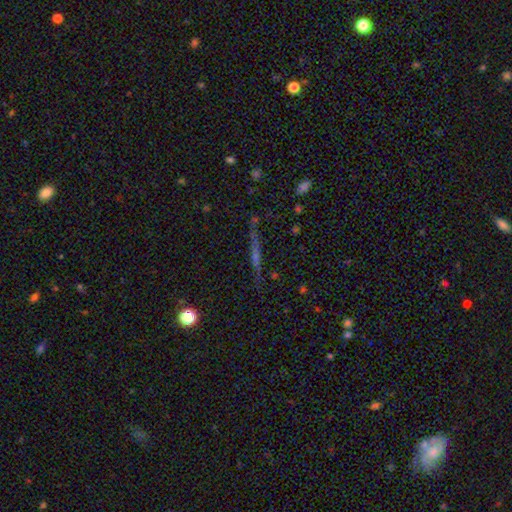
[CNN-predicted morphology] A featured or disk galaxy (56%) viewed edge-on (94%) with no central bulge (53%).

Vote fractions:
- Smooth or featured? featured or disk: 56% / smooth: 24% / star or artifact: 20%
- Edge-on disk? yes: 94% / no: 6%
- Edge-on bulge? none: 53% / rounded: 35% / boxy: 12%
- Merging? none: 84% / minor disturbance: 10% / major disturbance: 3% / merger: 3%